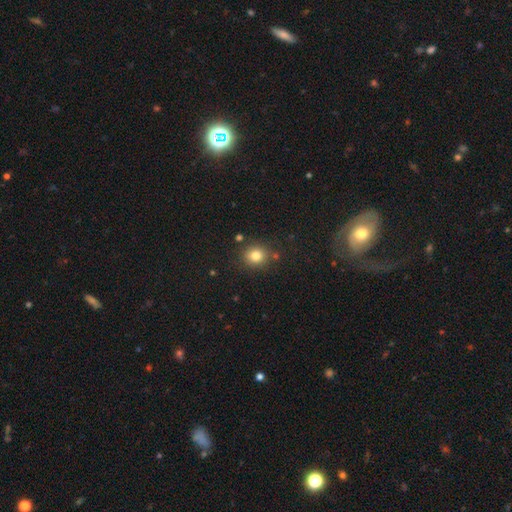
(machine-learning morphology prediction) Q: Smooth or featured?
A: smooth (80%); runner-up: star or artifact (13%)
Q: How rounded?
A: round (83%); runner-up: in between (16%)
Q: Merging?
A: none (82%); runner-up: minor disturbance (10%)